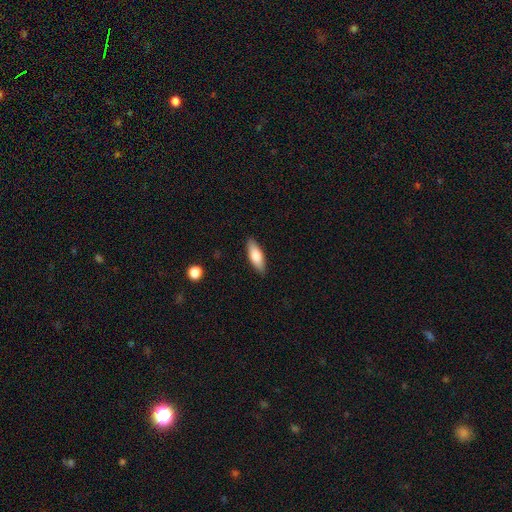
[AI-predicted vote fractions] A smooth galaxy with no disk features (77%) that is in between round and cigar-shaped (65%).

Vote fractions:
- Smooth or featured? smooth: 77% / featured or disk: 17% / star or artifact: 6%
- How rounded? in between: 65% / cigar-shaped: 33% / round: 2%
- Merging? none: 88% / minor disturbance: 9% / major disturbance: 2% / merger: 1%